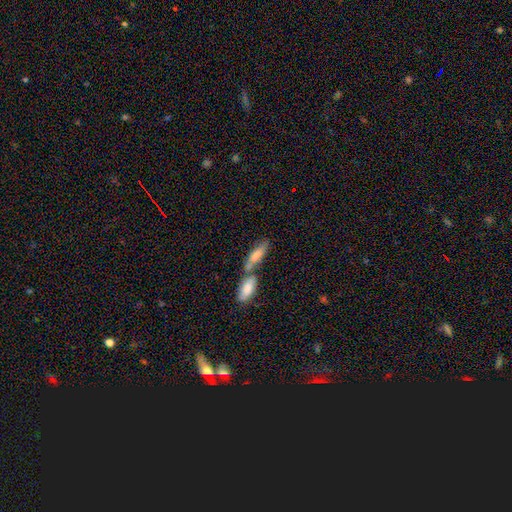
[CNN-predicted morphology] The model was most divided on "how rounded": in between: 56%, cigar-shaped: 42%, round: 2%. More confident: smooth or featured — smooth (76%); merging — merger (57%).